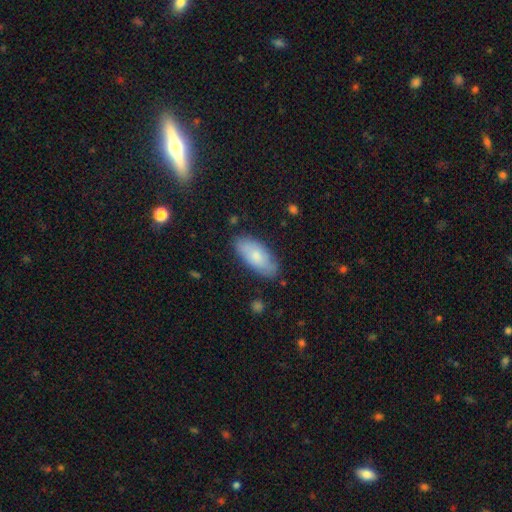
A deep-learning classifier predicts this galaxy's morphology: Smooth or featured? Predicted: smooth (p=0.74). How rounded? Predicted: in between (p=0.88). Merging? Predicted: none (p=0.79).